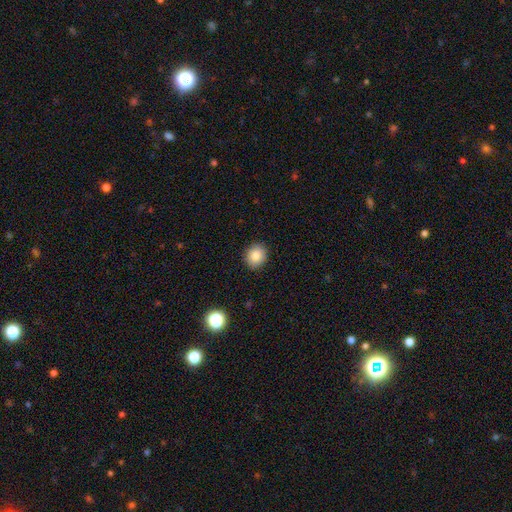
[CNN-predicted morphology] type=smooth (85%); roundness=round (75%); merging=none (91%).